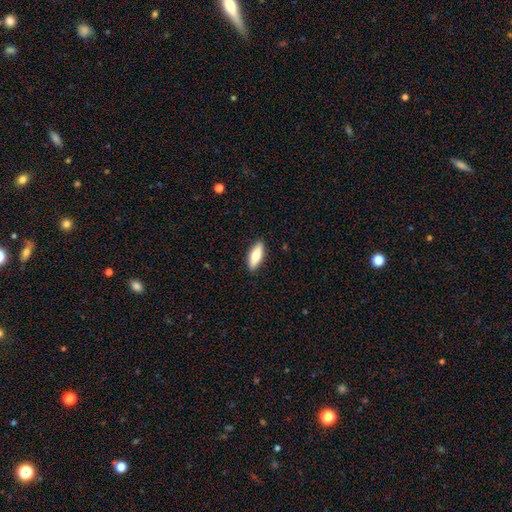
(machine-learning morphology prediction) smooth 69%, featured or disk 25%, star or artifact 6%. Down the decision tree: how rounded — in between (63%); merging — none (89%).